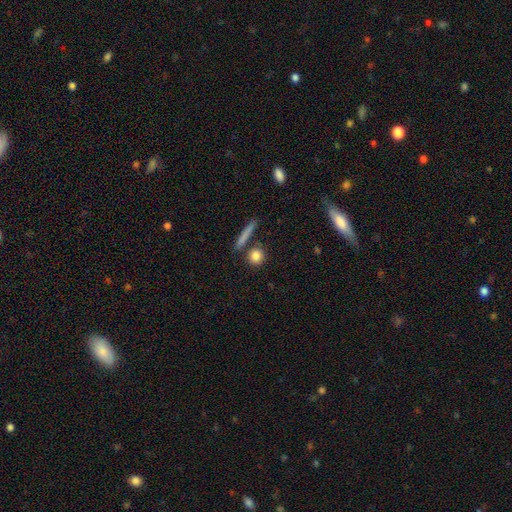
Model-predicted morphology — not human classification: Smooth or featured? smooth (82%)
How rounded? round (79%)
Merging? none (77%)